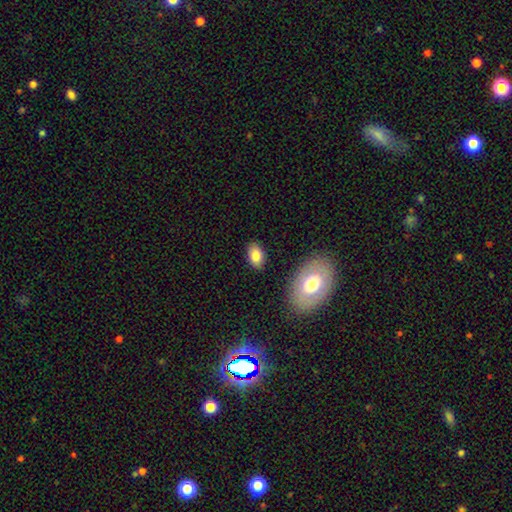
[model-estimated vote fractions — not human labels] Smooth or featured? Predicted: smooth (p=0.81). How rounded? Predicted: in between (p=0.89). Merging? Predicted: none (p=0.85).